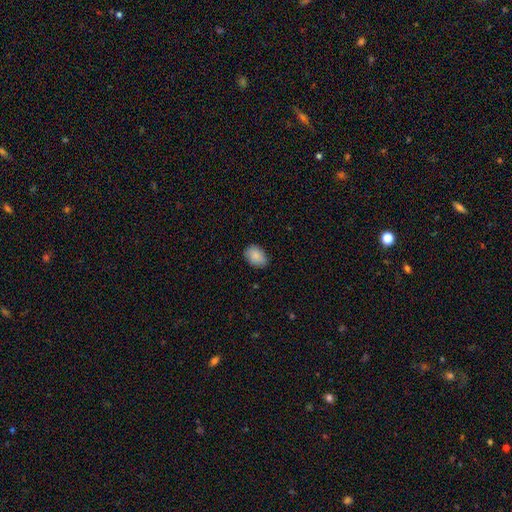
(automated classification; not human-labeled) Smooth or featured: smooth — 88% (star or artifact — 7%)
How rounded: in between — 80% (round — 18%)
Merging: none — 82% (minor disturbance — 15%)